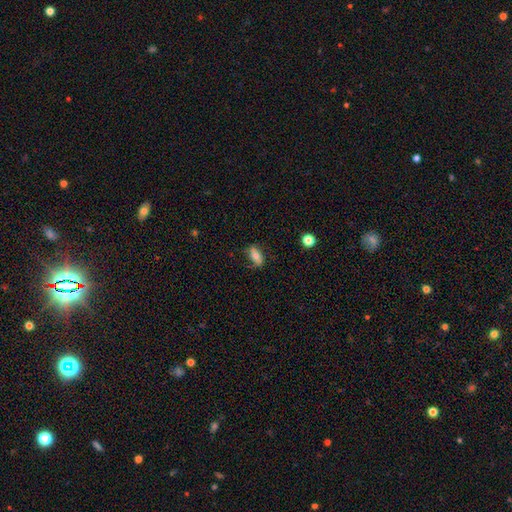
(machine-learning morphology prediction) Q: Smooth or featured?
A: smooth (62%); runner-up: featured or disk (29%)
Q: How rounded?
A: in between (77%); runner-up: cigar-shaped (17%)
Q: Merging?
A: none (70%); runner-up: minor disturbance (22%)